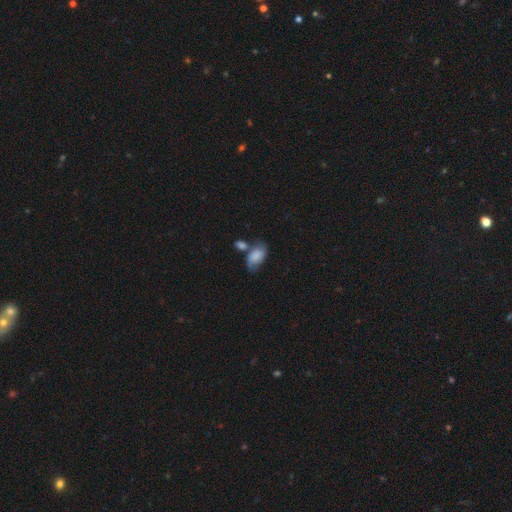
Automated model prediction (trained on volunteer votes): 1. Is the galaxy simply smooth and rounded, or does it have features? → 69% smooth, 22% featured or disk, 8% star or artifact.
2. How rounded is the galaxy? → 90% in between, 8% round, 2% cigar-shaped.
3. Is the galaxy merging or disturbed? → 35% none, 30% merger, 23% minor disturbance, 13% major disturbance.